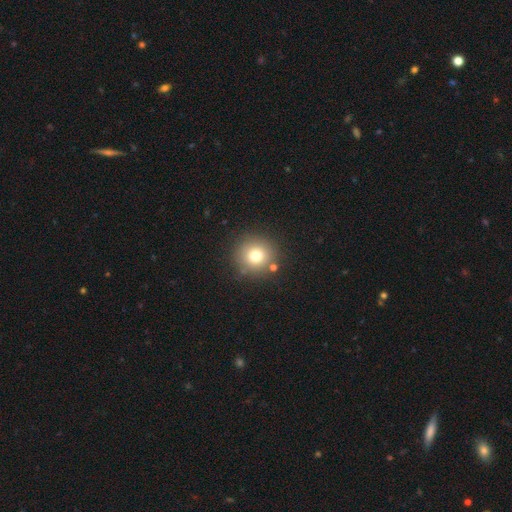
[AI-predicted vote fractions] Q: Smooth or featured?
A: smooth (76%); runner-up: star or artifact (13%)
Q: How rounded?
A: round (94%); runner-up: in between (5%)
Q: Merging?
A: none (84%); runner-up: minor disturbance (8%)